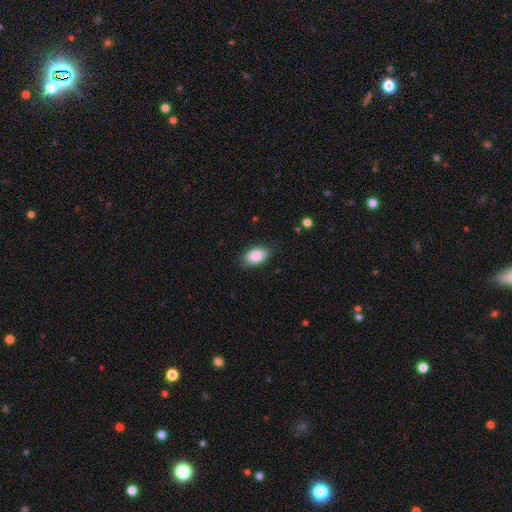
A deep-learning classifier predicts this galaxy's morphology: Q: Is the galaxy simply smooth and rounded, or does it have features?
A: smooth — 87%.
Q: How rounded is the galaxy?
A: in between — 90%.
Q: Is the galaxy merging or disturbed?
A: none — 82%.